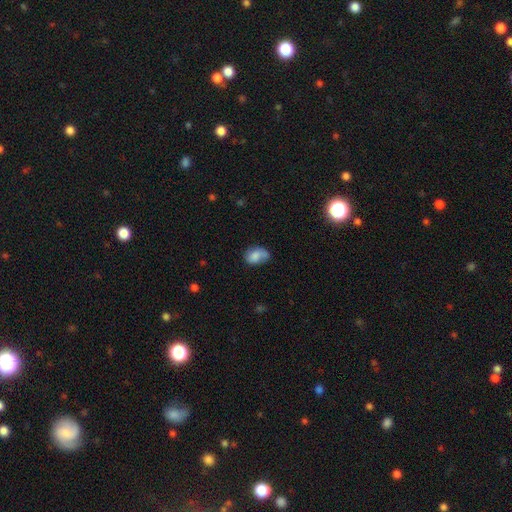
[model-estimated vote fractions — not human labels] This is likely a smooth galaxy (73%). How rounded: clearly in between (80%). Merging: possibly none (46%).